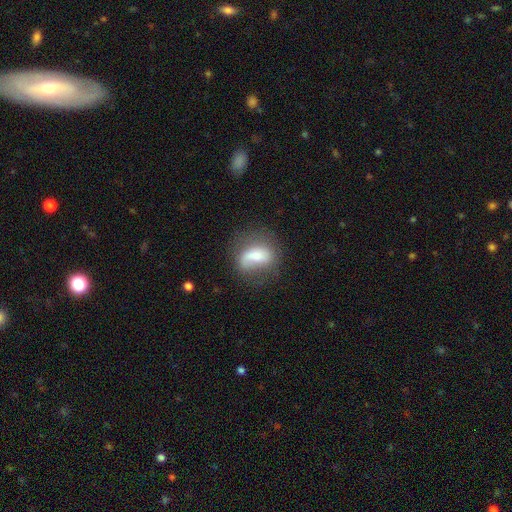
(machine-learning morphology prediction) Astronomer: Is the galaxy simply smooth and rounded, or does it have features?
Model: smooth — 53% (runner-up: featured or disk, 38%).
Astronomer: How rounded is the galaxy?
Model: in between — 65%.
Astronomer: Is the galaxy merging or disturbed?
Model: none — 49% (runner-up: minor disturbance, 26%).